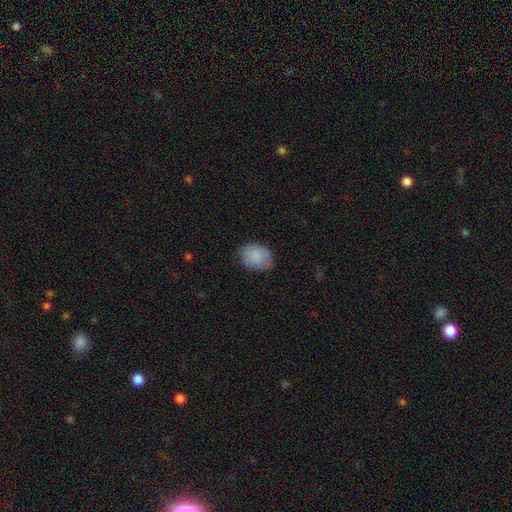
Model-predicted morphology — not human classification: This appears to be a smooth galaxy with no disk features (86%) that is in between round and cigar-shaped (68%). Merging: none (74%).